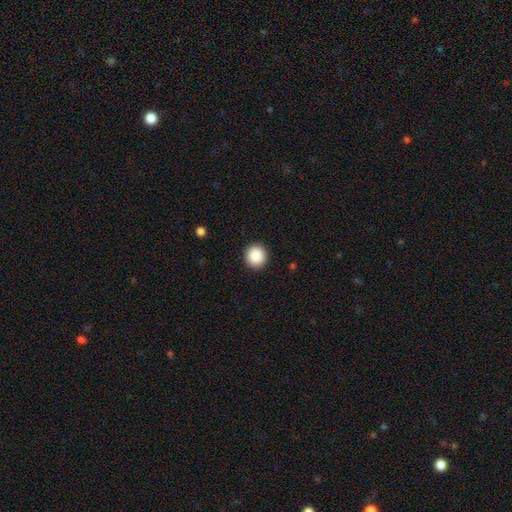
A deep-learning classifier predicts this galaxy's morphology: smooth-or-featured: smooth: 89% | star or artifact: 9% | featured or disk: 3%
  how-rounded: round: 92% | in between: 7% | cigar-shaped: 1%
  merging: none: 92% | minor disturbance: 5% | major disturbance: 2% | merger: 1%